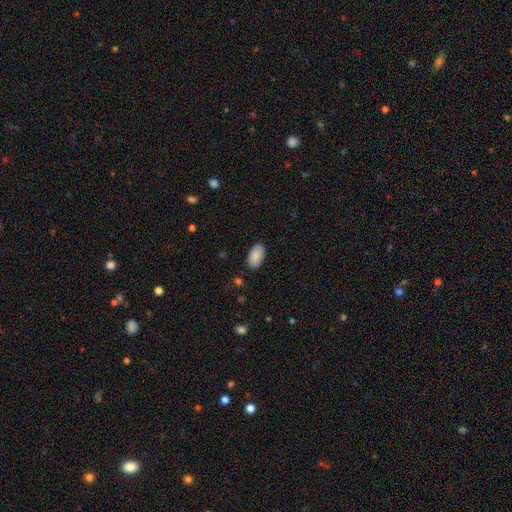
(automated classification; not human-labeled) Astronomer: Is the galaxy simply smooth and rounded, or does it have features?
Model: smooth — 88%.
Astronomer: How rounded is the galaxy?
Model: in between — 95%.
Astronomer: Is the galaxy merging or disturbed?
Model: none — 87%.